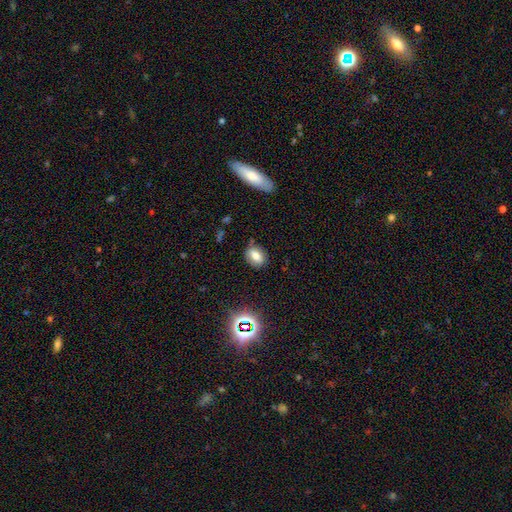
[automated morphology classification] A smooth galaxy with no disk features (70%) that is in between round and cigar-shaped (66%). Merging: none (80%).